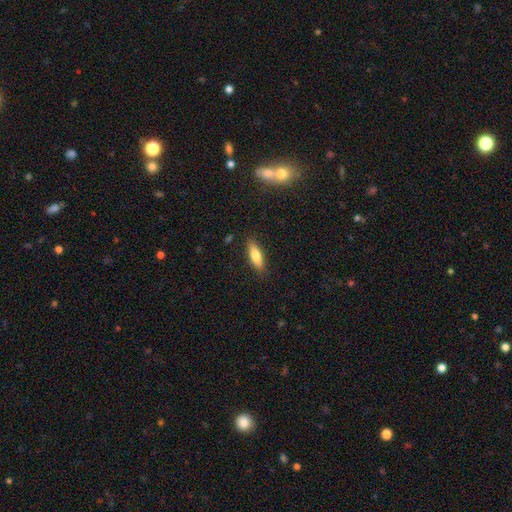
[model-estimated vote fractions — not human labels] Smooth or featured? smooth (74%)
How rounded? cigar-shaped (49%, tied with in between)
Merging? none (87%)